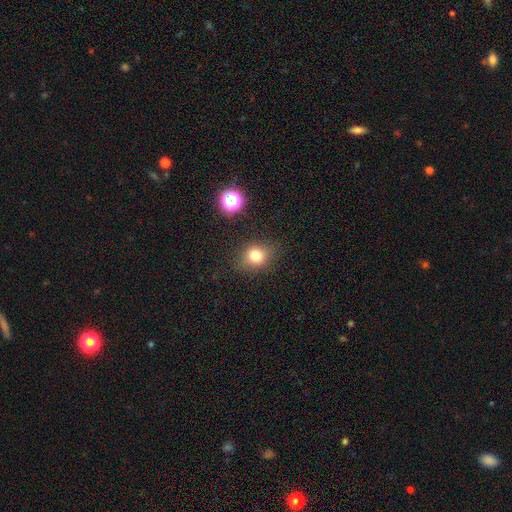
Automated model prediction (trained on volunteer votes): Smooth or featured? Predicted: smooth (p=0.77). How rounded? Predicted: round (p=0.64). Merging? Predicted: none (p=0.80).